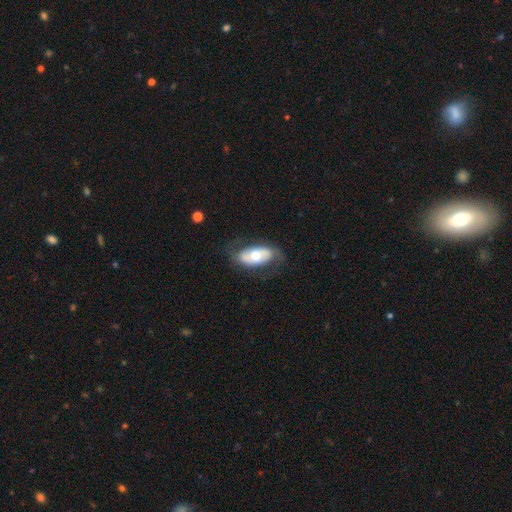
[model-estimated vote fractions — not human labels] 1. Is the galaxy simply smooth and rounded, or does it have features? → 48% smooth, 46% featured or disk, 6% star or artifact.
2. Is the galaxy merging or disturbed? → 73% none, 17% minor disturbance, 9% major disturbance, 1% merger.